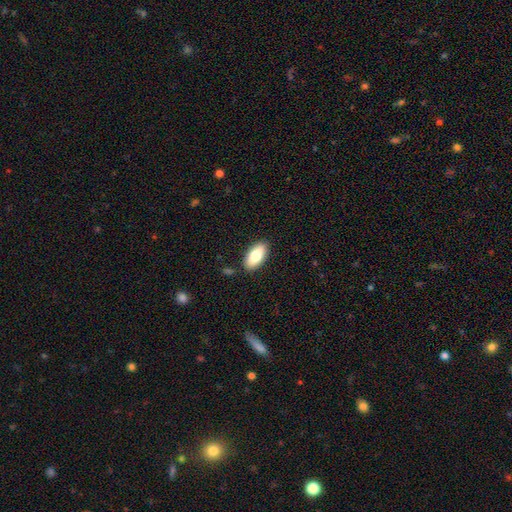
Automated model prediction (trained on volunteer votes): The model was most divided on "smooth or featured": smooth: 79%, featured or disk: 15%, star or artifact: 6%. More confident: how rounded — in between (90%); merging — none (87%).